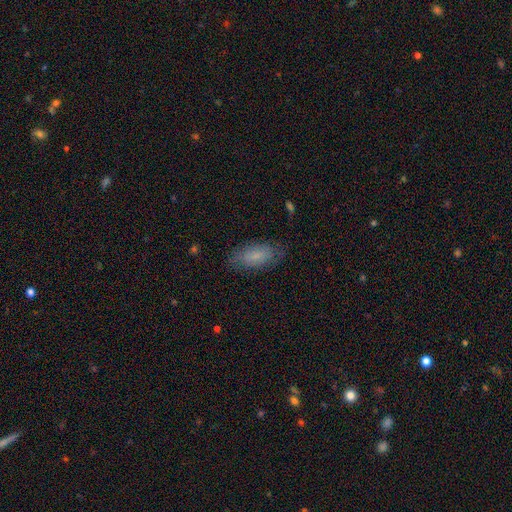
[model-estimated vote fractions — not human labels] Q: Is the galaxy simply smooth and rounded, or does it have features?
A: smooth — 69%.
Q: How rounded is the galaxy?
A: in between — 85%.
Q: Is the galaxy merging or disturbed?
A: none — 77%.